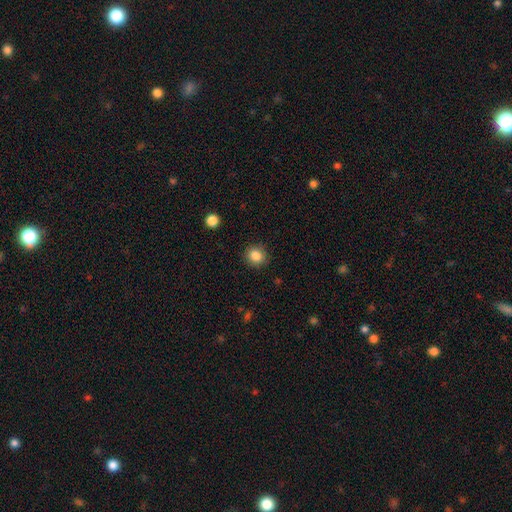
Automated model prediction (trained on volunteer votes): The model was most divided on "how rounded": round: 86%, in between: 13%, cigar-shaped: 1%. More confident: merging — none (89%); smooth or featured — smooth (85%).